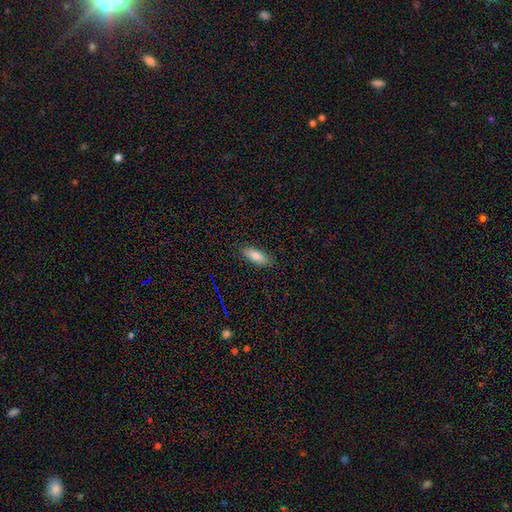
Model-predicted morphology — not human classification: smooth 83%, featured or disk 9%, star or artifact 8%. Down the decision tree: how rounded — in between (74%); merging — none (87%).